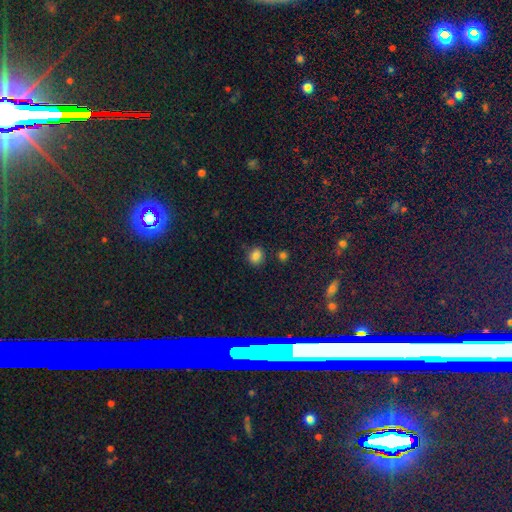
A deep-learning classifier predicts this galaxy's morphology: smooth 82%, star or artifact 13%, featured or disk 5%. Down the decision tree: how rounded — round (63%); merging — none (82%).